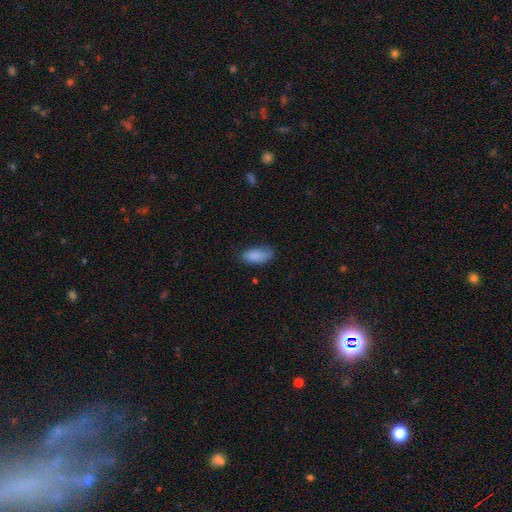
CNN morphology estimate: Smooth or featured? smooth (87%)
How rounded? in between (88%)
Merging? none (67%)